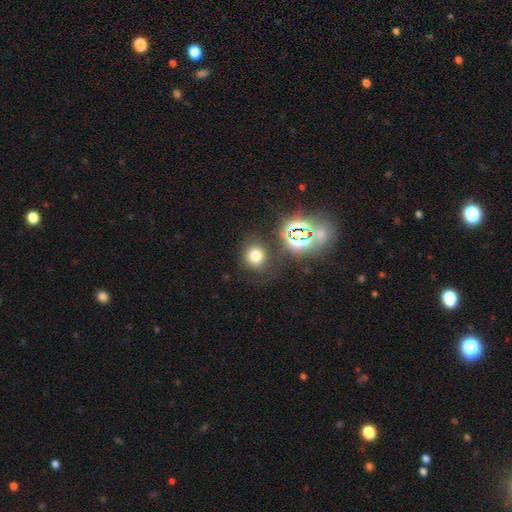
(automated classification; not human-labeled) smooth 68%, star or artifact 23%, featured or disk 9%. Down the decision tree: how rounded — round (83%); merging — none (77%).